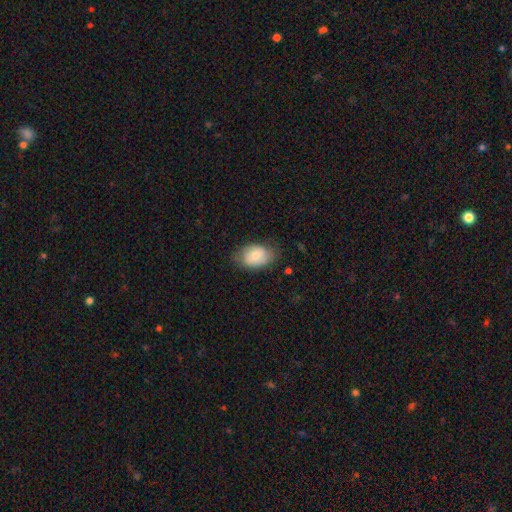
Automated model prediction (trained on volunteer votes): The model was most divided on "smooth or featured": smooth: 69%, featured or disk: 24%, star or artifact: 7%. More confident: how rounded — in between (86%); merging — none (69%).